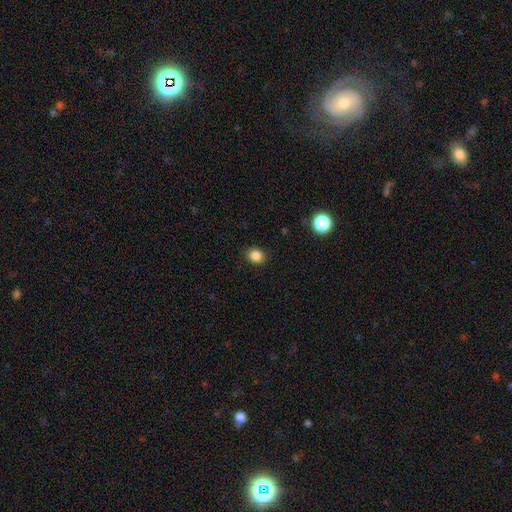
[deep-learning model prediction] Smooth or featured: smooth — 84% (star or artifact — 12%)
How rounded: round — 66% (in between — 33%)
Merging: none — 89% (minor disturbance — 7%)